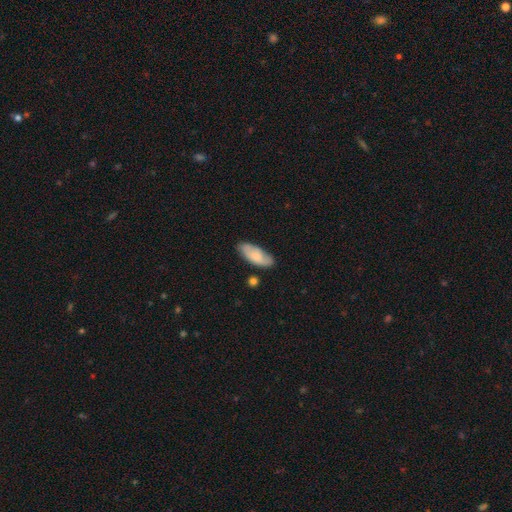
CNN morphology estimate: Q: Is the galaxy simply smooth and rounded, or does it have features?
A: smooth — 71%.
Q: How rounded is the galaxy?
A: in between — 85%.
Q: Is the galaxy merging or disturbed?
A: none — 73%.